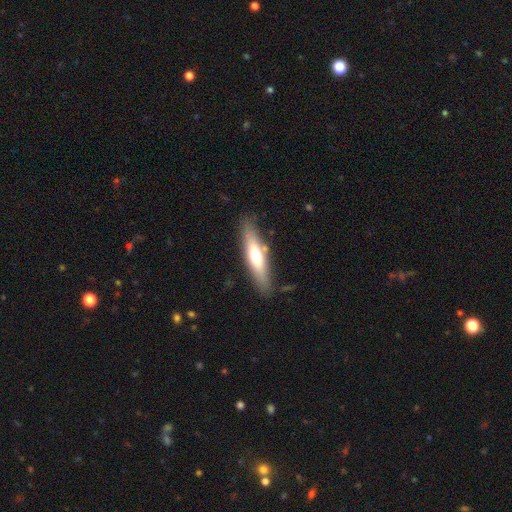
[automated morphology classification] Q: Smooth or featured?
A: smooth (52%); runner-up: featured or disk (42%)
Q: How rounded?
A: cigar-shaped (72%); runner-up: in between (26%)
Q: Merging?
A: none (80%); runner-up: minor disturbance (13%)